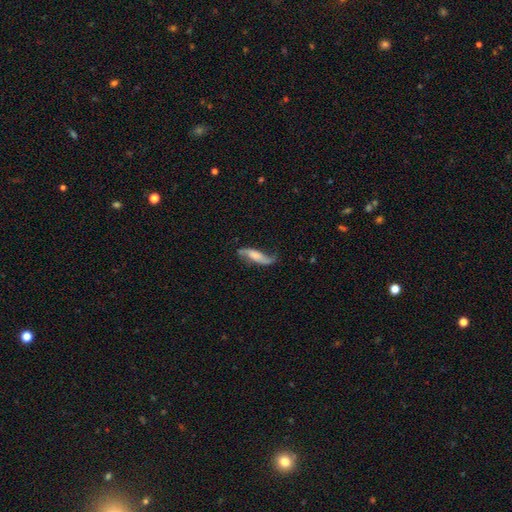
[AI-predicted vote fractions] This is likely a featured or disk galaxy (68%). It is clearly not viewed edge-on (82%). Bar: possibly no (50%). Spiral arm pattern: clearly yes (93%). Spiral arm count: clearly 2 (90%). Spiral winding: clearly loose (80%). Central bulge: marginally none (30%). Merging: likely none (66%).